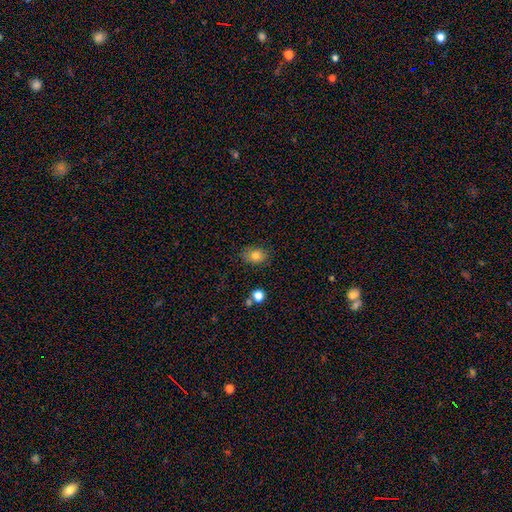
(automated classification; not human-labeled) smooth_or_featured: smooth (p=0.80) [alt: star or artifact p=0.11]
how_rounded: in between (p=0.72) [alt: round p=0.27]
merging: none (p=0.80) [alt: minor disturbance p=0.15]